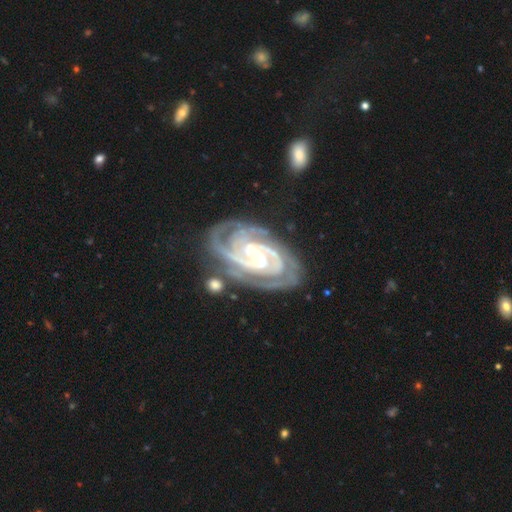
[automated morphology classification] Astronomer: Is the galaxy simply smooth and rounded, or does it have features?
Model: featured or disk — 92%.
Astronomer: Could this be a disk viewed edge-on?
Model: no — 97%.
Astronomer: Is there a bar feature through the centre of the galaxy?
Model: weak — 40% (runner-up: strong, 37%).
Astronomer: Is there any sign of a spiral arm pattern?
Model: yes — 98%.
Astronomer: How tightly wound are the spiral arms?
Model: tight — 73%.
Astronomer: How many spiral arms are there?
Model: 2 — 36% (runner-up: 3, 31%).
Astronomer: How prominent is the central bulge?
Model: small — 57% (runner-up: moderate, 35%).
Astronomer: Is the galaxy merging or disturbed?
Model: none — 69%.